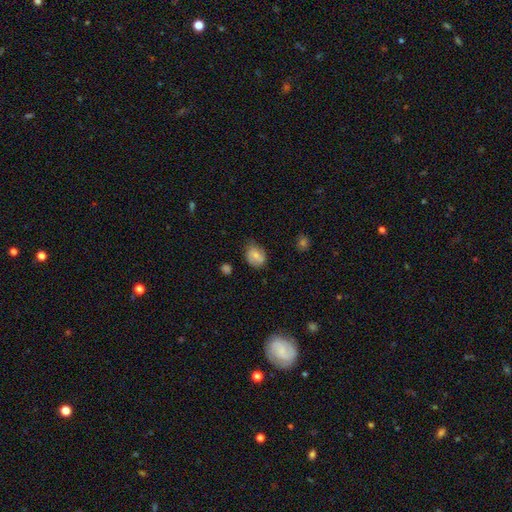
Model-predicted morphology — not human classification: Smooth or featured? smooth (68%)
How rounded? in between (61%)
Merging? none (64%)